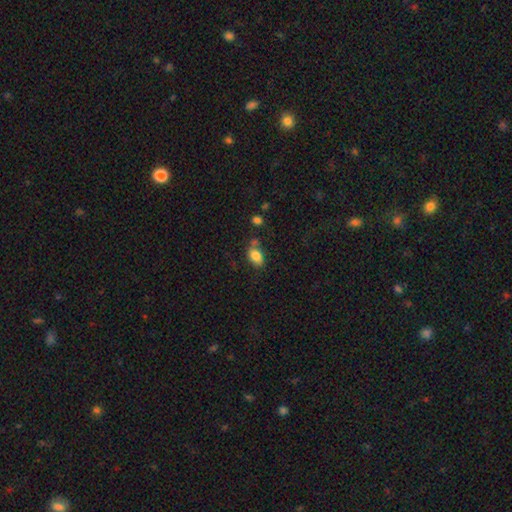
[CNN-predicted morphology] Smooth or featured? smooth (82%)
How rounded? in between (86%)
Merging? none (60%)